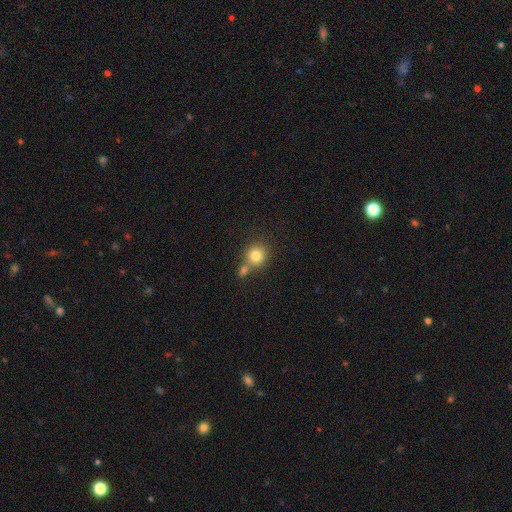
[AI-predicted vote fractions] Smooth or featured?
  - smooth: 80% *
  - star or artifact: 11%
  - featured or disk: 9%
How rounded?
  - round: 88% *
  - in between: 11%
  - cigar-shaped: 1%
Merging?
  - none: 52% *
  - merger: 35%
  - minor disturbance: 9%
  - major disturbance: 3%